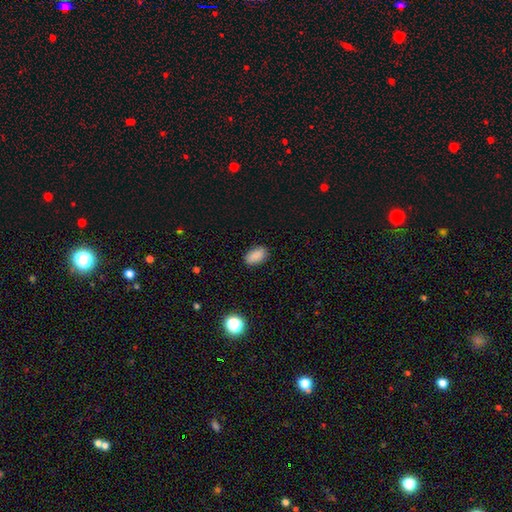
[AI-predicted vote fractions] A smooth galaxy with no disk features (87%) that is in between round and cigar-shaped (91%).

Vote fractions:
- Smooth or featured? smooth: 87% / star or artifact: 9% / featured or disk: 4%
- How rounded? in between: 91% / round: 6% / cigar-shaped: 3%
- Merging? none: 86% / minor disturbance: 10% / major disturbance: 2% / merger: 1%